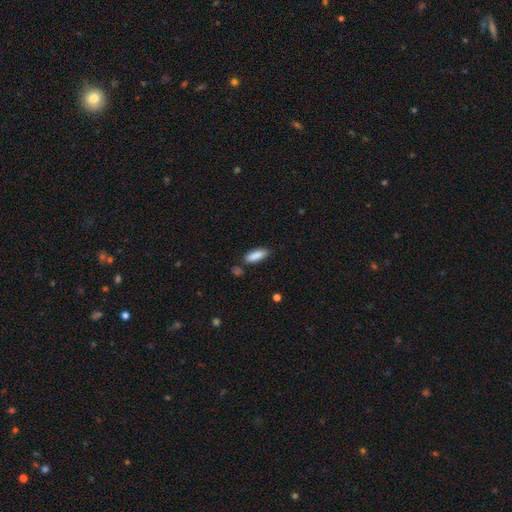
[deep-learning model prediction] smooth-or-featured: smooth: 89% | star or artifact: 6% | featured or disk: 5%
  how-rounded: in between: 68% | cigar-shaped: 31% | round: 2%
  merging: none: 79% | minor disturbance: 14% | merger: 5% | major disturbance: 3%